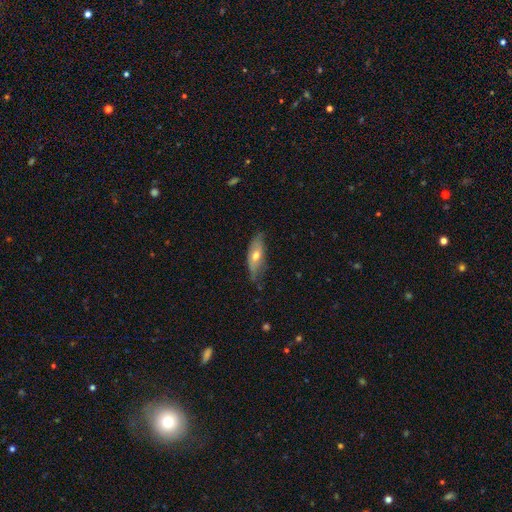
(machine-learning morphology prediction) smooth-or-featured: smooth: 52% | featured or disk: 41% | star or artifact: 7%
  how-rounded: in between: 61% | cigar-shaped: 36% | round: 3%
  merging: none: 64% | minor disturbance: 29% | major disturbance: 6% | merger: 2%